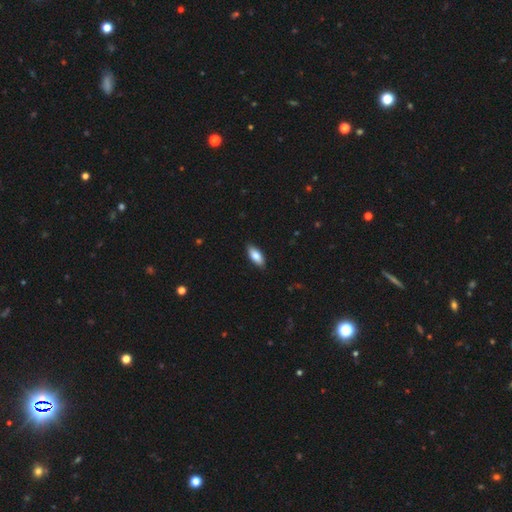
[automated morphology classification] smooth 81%, featured or disk 13%, star or artifact 6%. Down the decision tree: how rounded — in between (83%); merging — none (88%).